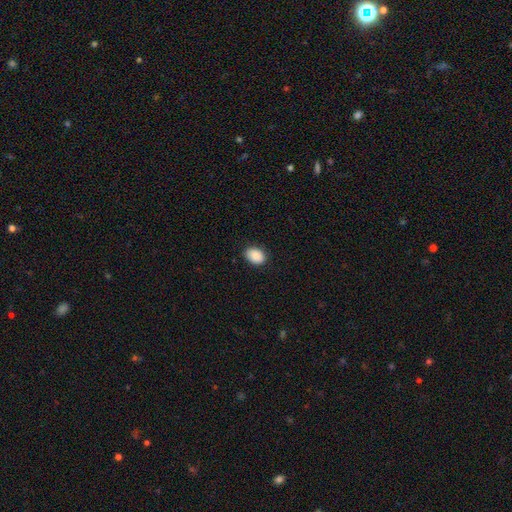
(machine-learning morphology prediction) Q: Smooth or featured?
A: smooth (89%); runner-up: star or artifact (7%)
Q: How rounded?
A: in between (78%); runner-up: round (21%)
Q: Merging?
A: none (85%); runner-up: minor disturbance (12%)